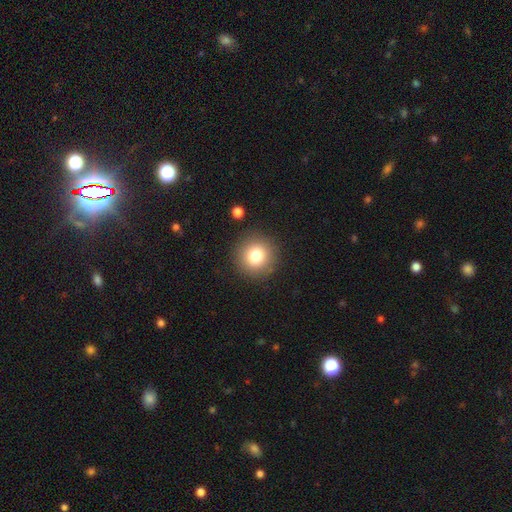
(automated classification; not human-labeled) A smooth galaxy with no disk features (79%) that is round (94%). Merging: none (89%).